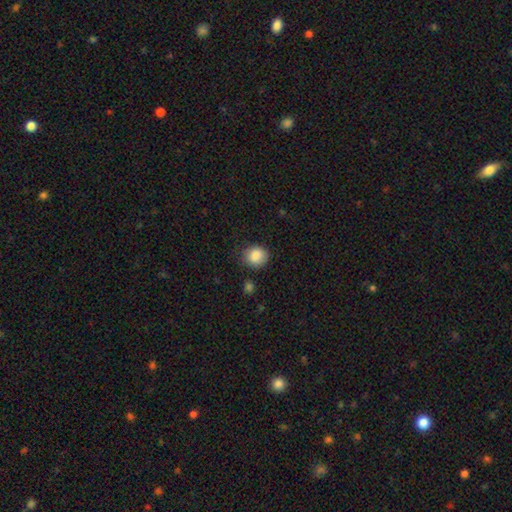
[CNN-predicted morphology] This is clearly a smooth galaxy (88%). How rounded: likely round (73%). Merging: likely none (76%).